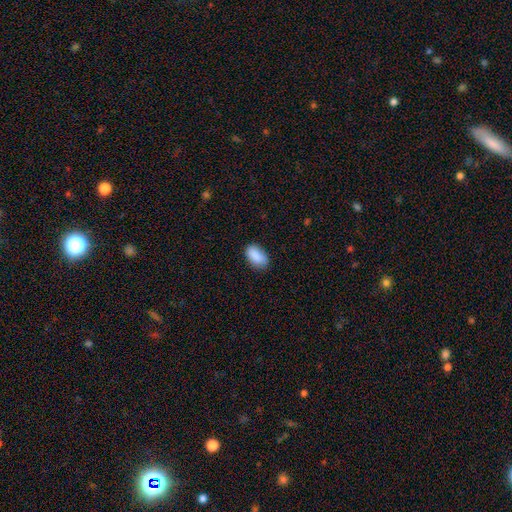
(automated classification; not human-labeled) Smooth or featured: smooth — 89% (star or artifact — 7%)
How rounded: in between — 93% (round — 5%)
Merging: none — 78% (minor disturbance — 18%)